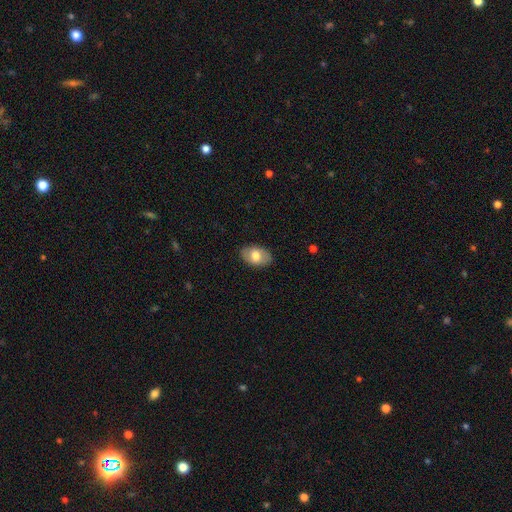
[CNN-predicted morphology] Q: Smooth or featured?
A: smooth (69%); runner-up: featured or disk (25%)
Q: How rounded?
A: in between (89%); runner-up: round (10%)
Q: Merging?
A: none (86%); runner-up: minor disturbance (11%)